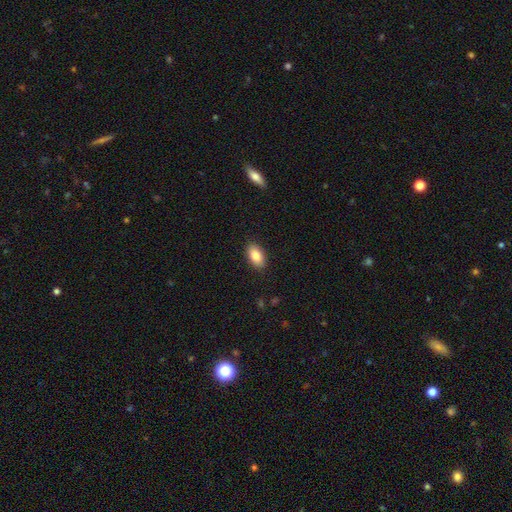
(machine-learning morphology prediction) Q: Smooth or featured?
A: smooth (84%); runner-up: featured or disk (9%)
Q: How rounded?
A: in between (92%); runner-up: round (5%)
Q: Merging?
A: none (89%); runner-up: minor disturbance (8%)